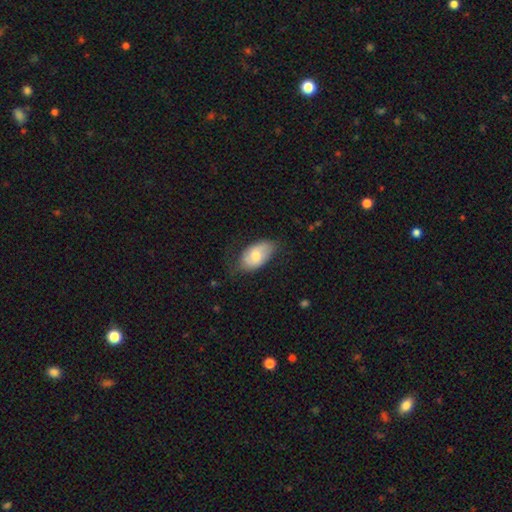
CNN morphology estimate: Smooth or featured? smooth (66%)
How rounded? in between (93%)
Merging? none (65%)